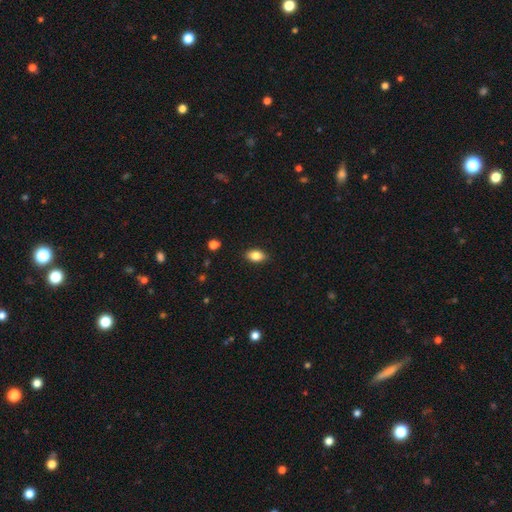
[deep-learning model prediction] smooth-or-featured: smooth: 83% | star or artifact: 8% | featured or disk: 8%
  how-rounded: in between: 87% | round: 10% | cigar-shaped: 3%
  merging: none: 87% | minor disturbance: 10% | major disturbance: 2% | merger: 1%